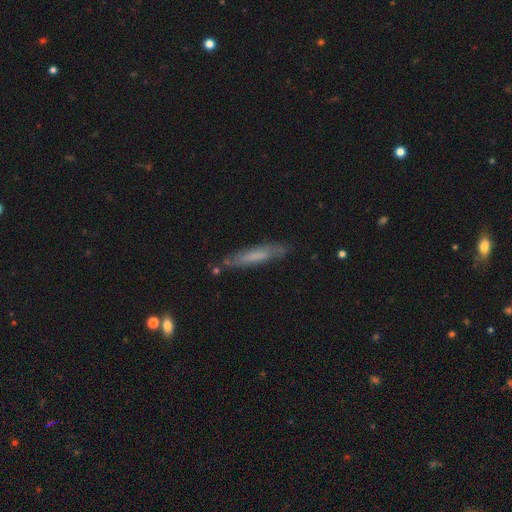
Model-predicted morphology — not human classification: smooth-or-featured: smooth: 57% | featured or disk: 36% | star or artifact: 7%
  how-rounded: cigar-shaped: 88% | in between: 10% | round: 1%
  merging: none: 79% | minor disturbance: 15% | major disturbance: 3% | merger: 3%